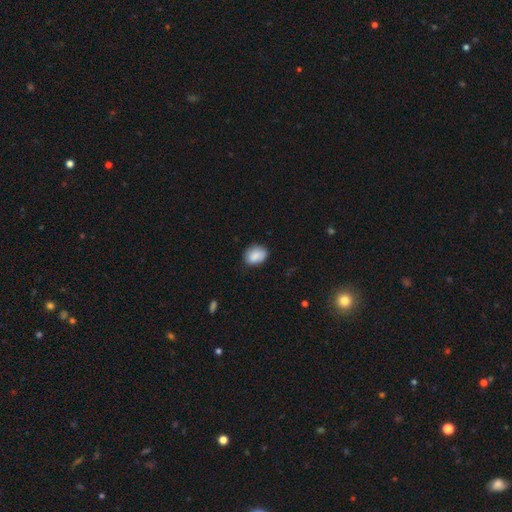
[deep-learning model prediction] Smooth or featured: smooth — 88% (star or artifact — 7%)
How rounded: in between — 68% (round — 31%)
Merging: none — 78% (minor disturbance — 18%)